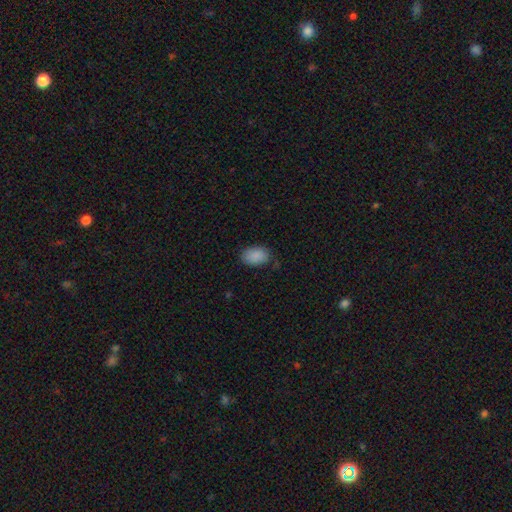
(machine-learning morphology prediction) Overall: smooth (89%). How rounded: in between (88%). Merging: none (78%).